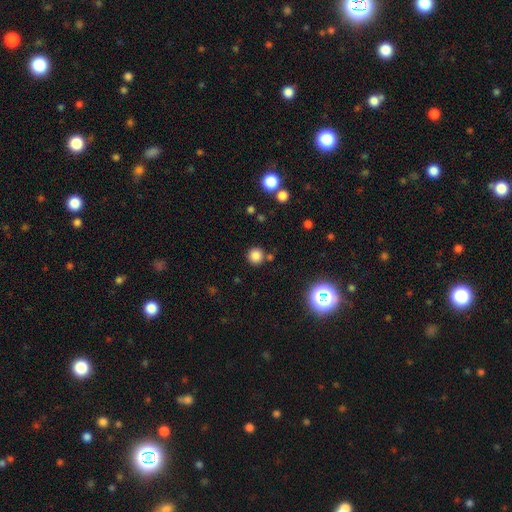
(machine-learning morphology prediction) smooth_or_featured: smooth (p=0.82) [alt: star or artifact p=0.14]
how_rounded: round (p=0.94) [alt: in between p=0.05]
merging: none (p=0.84) [alt: minor disturbance p=0.07]